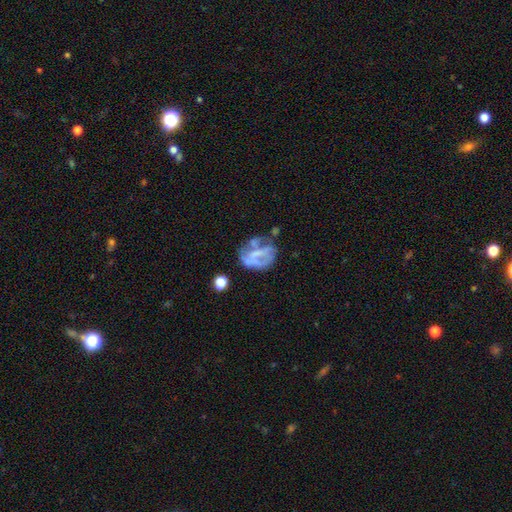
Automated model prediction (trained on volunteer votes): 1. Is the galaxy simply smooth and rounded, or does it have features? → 58% featured or disk, 29% smooth, 12% star or artifact.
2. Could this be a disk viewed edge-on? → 97% no, 3% yes.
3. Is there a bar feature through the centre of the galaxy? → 66% no, 21% weak, 13% strong.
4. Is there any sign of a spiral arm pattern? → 77% no, 23% yes.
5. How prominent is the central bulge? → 67% none, 17% small, 12% moderate, 3% large, 1% dominant.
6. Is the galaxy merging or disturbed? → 38% none, 30% major disturbance, 23% minor disturbance, 9% merger.